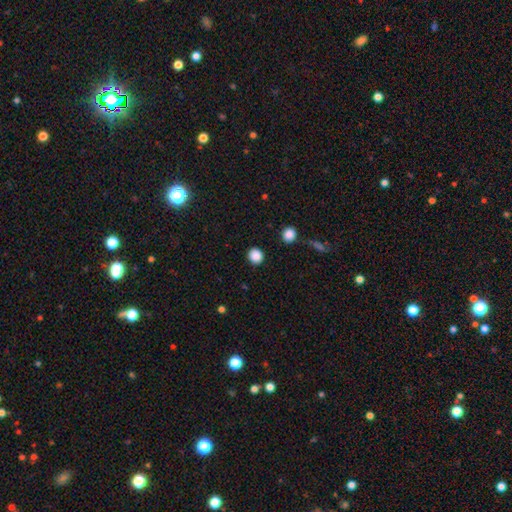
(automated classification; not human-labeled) This is clearly a smooth galaxy (87%). How rounded: clearly round (89%). Merging: clearly none (90%).